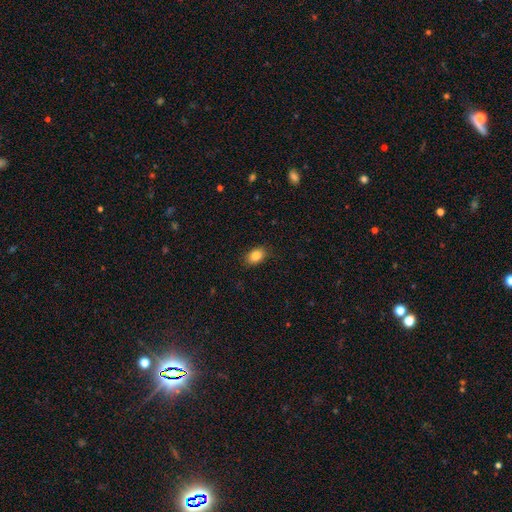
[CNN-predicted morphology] smooth_or_featured: smooth (p=0.86) [alt: star or artifact p=0.09]
how_rounded: in between (p=0.79) [alt: round p=0.19]
merging: none (p=0.86) [alt: minor disturbance p=0.11]